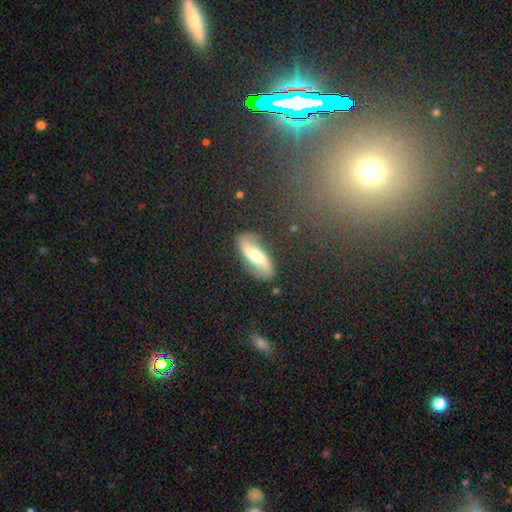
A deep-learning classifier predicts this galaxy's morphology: Smooth or featured? Predicted: featured or disk (p=0.67). Edge-on disk? Predicted: no (p=0.88). Bar? Predicted: no (p=0.50). Spiral arms? Predicted: yes (p=0.88). Spiral winding? Predicted: loose (p=0.76). Spiral arm count? Predicted: 2 (p=0.93). Bulge size? Predicted: moderate (p=0.71). Merging? Predicted: none (p=0.83).